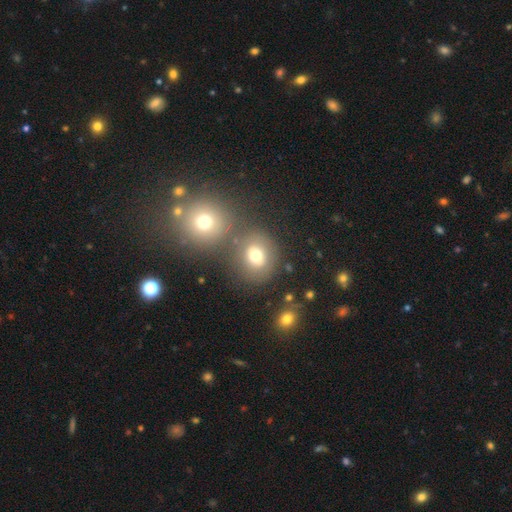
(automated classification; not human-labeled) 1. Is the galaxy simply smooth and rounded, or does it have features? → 72% smooth, 15% featured or disk, 14% star or artifact.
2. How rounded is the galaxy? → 74% round, 25% in between, 1% cigar-shaped.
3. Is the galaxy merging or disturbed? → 62% none, 22% merger, 11% minor disturbance, 5% major disturbance.